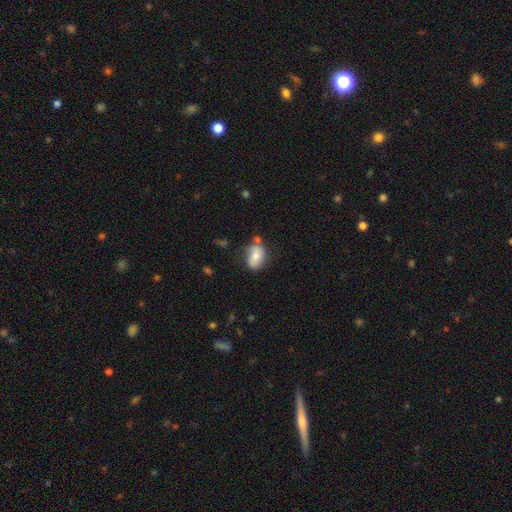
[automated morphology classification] A smooth galaxy with no disk features (68%) that is in between round and cigar-shaped (81%).

Vote fractions:
- Smooth or featured? smooth: 68% / featured or disk: 24% / star or artifact: 8%
- How rounded? in between: 81% / round: 17% / cigar-shaped: 2%
- Merging? none: 58% / minor disturbance: 24% / merger: 11% / major disturbance: 7%